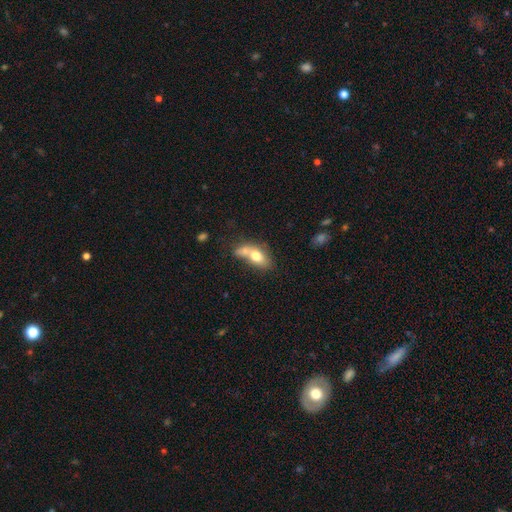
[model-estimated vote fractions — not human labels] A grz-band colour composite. It shows a smooth galaxy with no disk features (70%) that is in between round and cigar-shaped (82%). Merging: merger (53%).